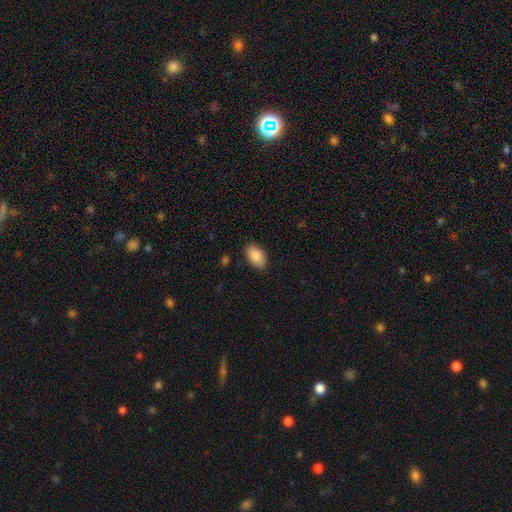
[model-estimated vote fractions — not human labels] Smooth or featured? smooth (88%)
How rounded? in between (94%)
Merging? none (86%)